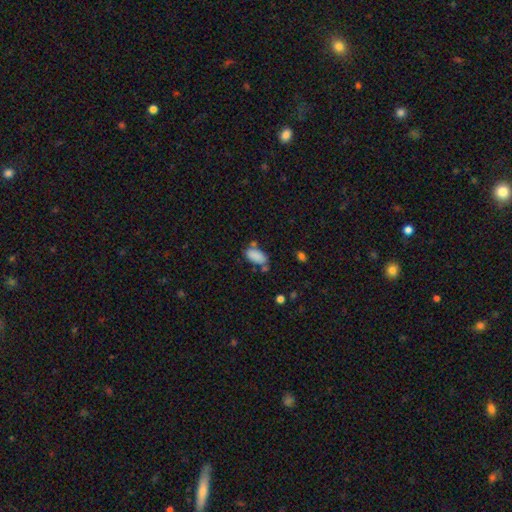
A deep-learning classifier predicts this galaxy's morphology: Smooth or featured? smooth (86%)
How rounded? in between (93%)
Merging? none (62%)